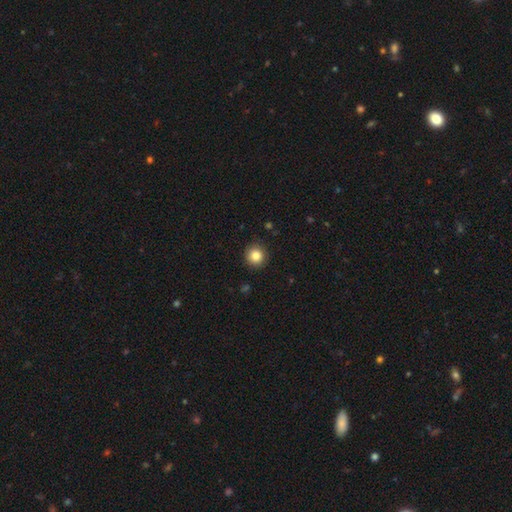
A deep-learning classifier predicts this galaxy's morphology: type=smooth (84%); roundness=round (93%); merging=none (90%).